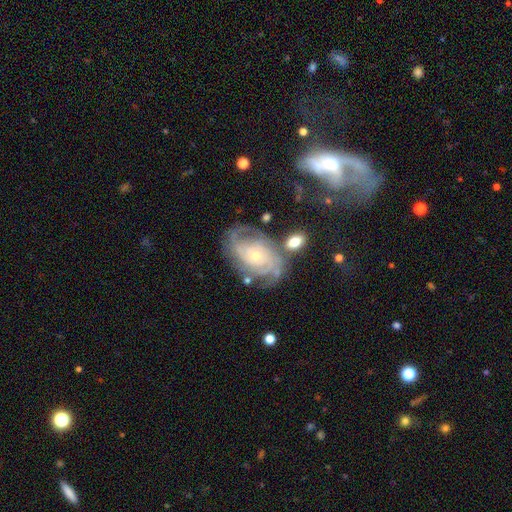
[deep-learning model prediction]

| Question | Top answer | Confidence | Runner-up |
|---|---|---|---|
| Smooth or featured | featured or disk | 88% | smooth (6%) |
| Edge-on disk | no | 97% | yes (3%) |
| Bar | no | 75% | weak (20%) |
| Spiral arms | yes | 96% | no (4%) |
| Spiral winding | tight | 65% | medium (29%) |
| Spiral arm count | can't tell | 25% | tied: 2 (25%) |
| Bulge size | small | 66% | moderate (30%) |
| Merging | none | 65% | minor disturbance (19%) |